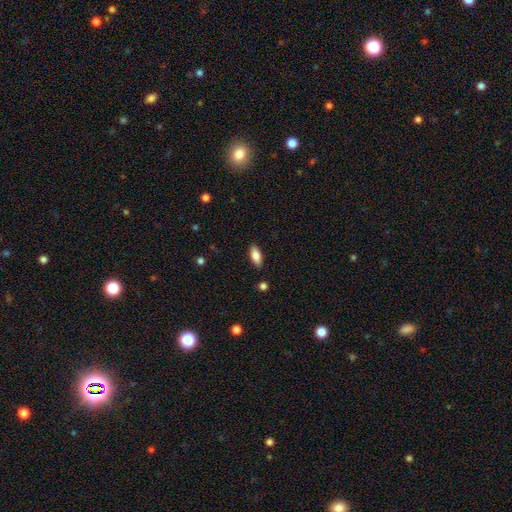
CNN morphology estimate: type=smooth (80%); roundness=in between (81%); merging=none (88%).